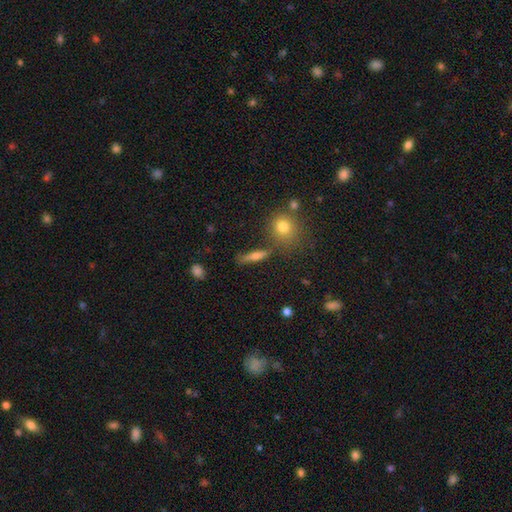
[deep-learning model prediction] smooth-or-featured: smooth: 59% | featured or disk: 29% | star or artifact: 12%
  how-rounded: cigar-shaped: 67% | in between: 24% | round: 9%
  merging: none: 74% | minor disturbance: 13% | merger: 7% | major disturbance: 5%